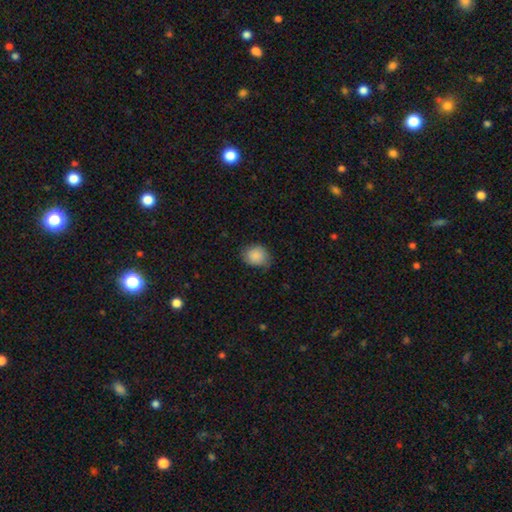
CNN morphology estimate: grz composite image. It shows a smooth galaxy with no disk features (88%) that is round (61%). Merging: none (68%).